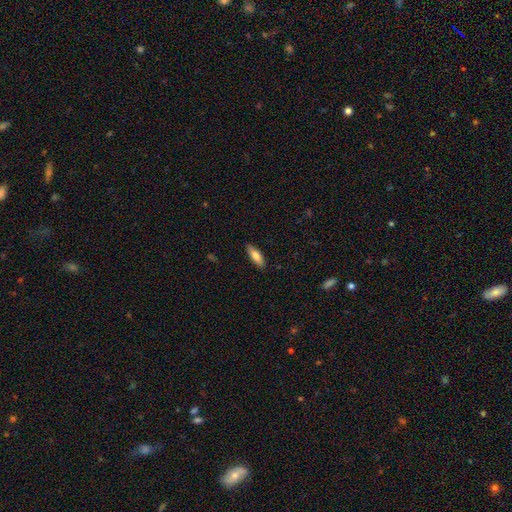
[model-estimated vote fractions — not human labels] This is likely a smooth galaxy (75%). How rounded: possibly in between (53%). Merging: clearly none (89%).